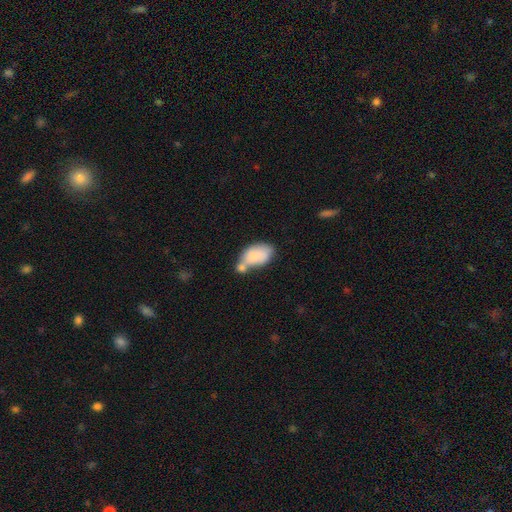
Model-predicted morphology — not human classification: A smooth galaxy with no disk features (79%) that is in between round and cigar-shaped (92%).

Vote fractions:
- Smooth or featured? smooth: 79% / featured or disk: 14% / star or artifact: 7%
- How rounded? in between: 92% / round: 7% / cigar-shaped: 2%
- Merging? merger: 45% / none: 29% / minor disturbance: 18% / major disturbance: 7%